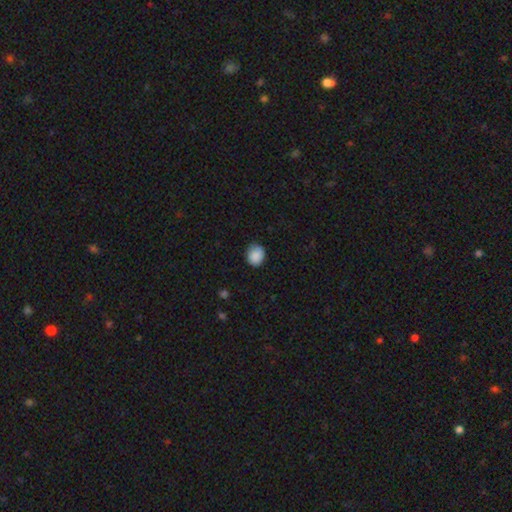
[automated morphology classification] Smooth or featured? smooth (88%)
How rounded? round (63%)
Merging? none (76%)